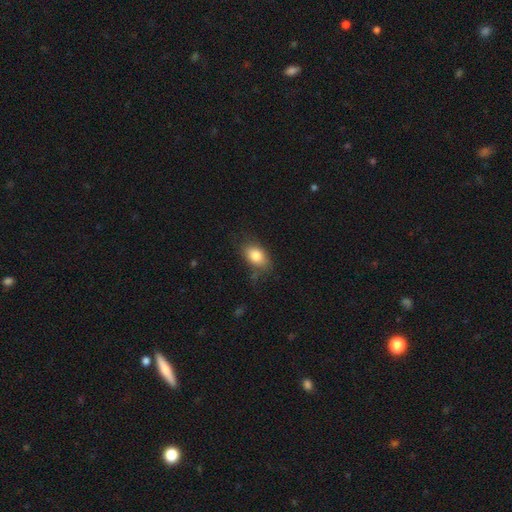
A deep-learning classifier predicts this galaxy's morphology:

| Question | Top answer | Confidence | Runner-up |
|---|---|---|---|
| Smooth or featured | smooth | 81% | featured or disk (10%) |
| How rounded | in between | 86% | round (12%) |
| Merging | none | 72% | minor disturbance (21%) |